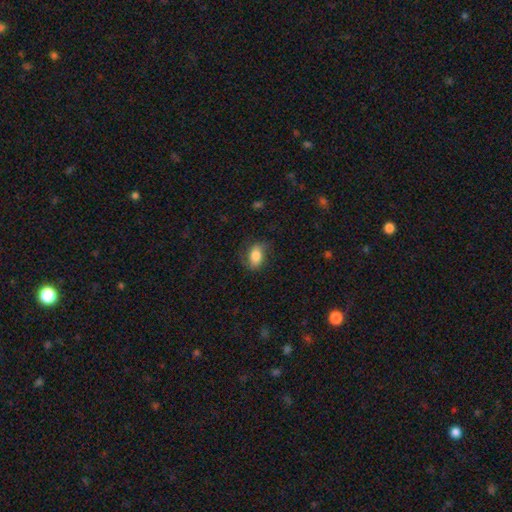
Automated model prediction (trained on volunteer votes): Smooth or featured?
  - smooth: 68% *
  - featured or disk: 24%
  - star or artifact: 8%
How rounded?
  - in between: 86% *
  - round: 12%
  - cigar-shaped: 3%
Merging?
  - none: 66% *
  - minor disturbance: 22%
  - major disturbance: 11%
  - merger: 1%